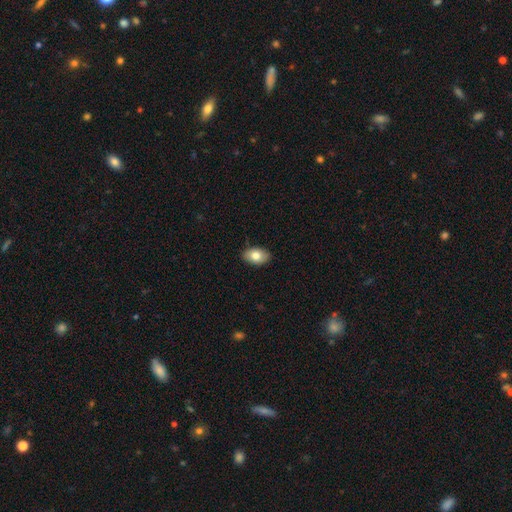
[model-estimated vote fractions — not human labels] smooth-or-featured: smooth: 79% | featured or disk: 14% | star or artifact: 7%
  how-rounded: in between: 90% | round: 9% | cigar-shaped: 1%
  merging: none: 88% | minor disturbance: 9% | major disturbance: 2% | merger: 1%